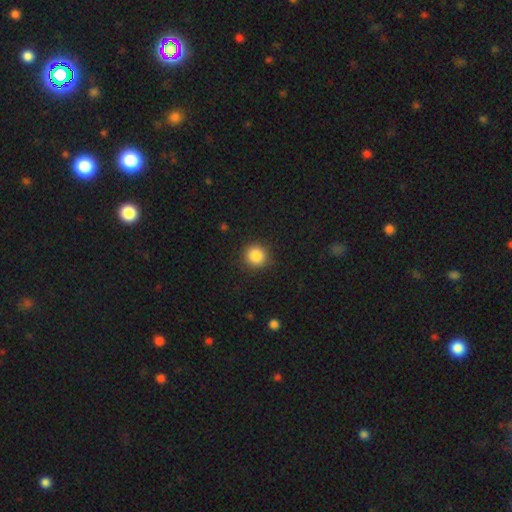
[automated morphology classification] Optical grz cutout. It shows a smooth galaxy with no disk features (87%) that is round (93%). Merging: none (90%).